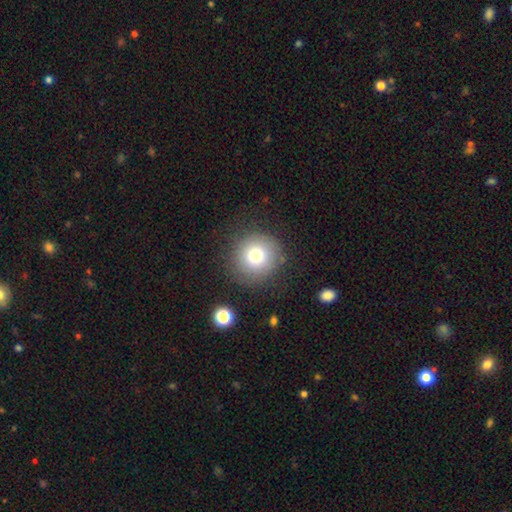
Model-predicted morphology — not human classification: Smooth or featured: smooth — 78% (star or artifact — 11%)
How rounded: round — 93% (in between — 7%)
Merging: none — 82% (minor disturbance — 11%)